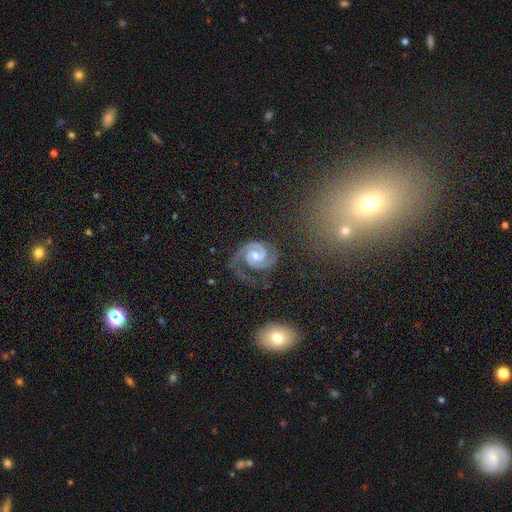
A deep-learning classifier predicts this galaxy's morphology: The model was most divided on "bar": no: 45%, weak: 43%, strong: 12%. More confident: spiral arms — yes (99%); edge-on disk — no (98%); smooth or featured — featured or disk (91%); spiral arm count — 2 (90%); merging — none (66%); bulge size — moderate (59%); spiral winding — tight (55%).